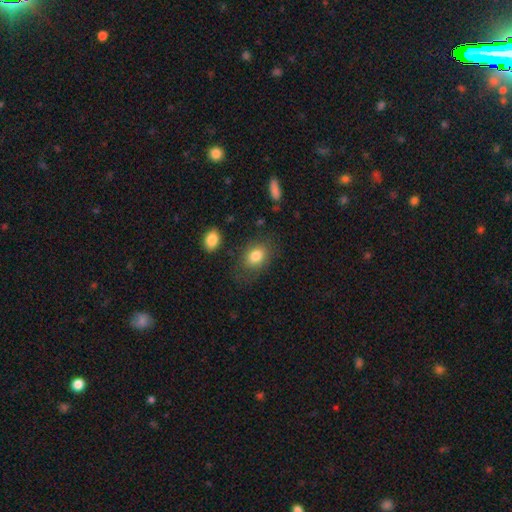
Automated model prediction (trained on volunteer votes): Overall: smooth (81%). How rounded: in between (74%). Merging: none (74%).